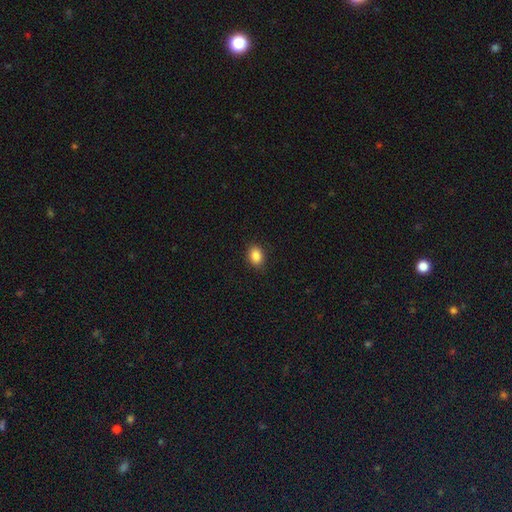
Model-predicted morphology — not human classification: Q: Smooth or featured?
A: smooth (87%); runner-up: star or artifact (9%)
Q: How rounded?
A: in between (72%); runner-up: round (27%)
Q: Merging?
A: none (87%); runner-up: minor disturbance (9%)